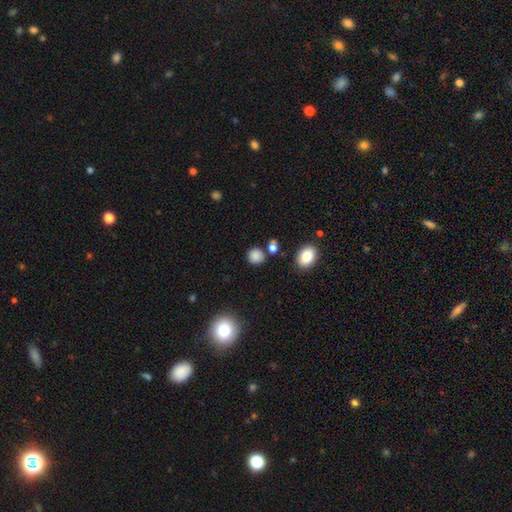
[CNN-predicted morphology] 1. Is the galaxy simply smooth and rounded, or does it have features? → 84% smooth, 12% star or artifact, 4% featured or disk.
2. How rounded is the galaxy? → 85% round, 14% in between, 1% cigar-shaped.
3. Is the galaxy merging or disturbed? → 80% none, 10% minor disturbance, 6% merger, 3% major disturbance.